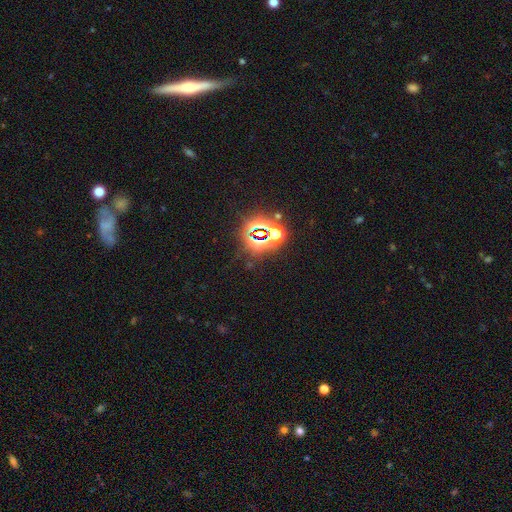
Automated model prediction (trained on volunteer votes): Smooth or featured?
  - star or artifact: 73% *
  - smooth: 16%
  - featured or disk: 11%